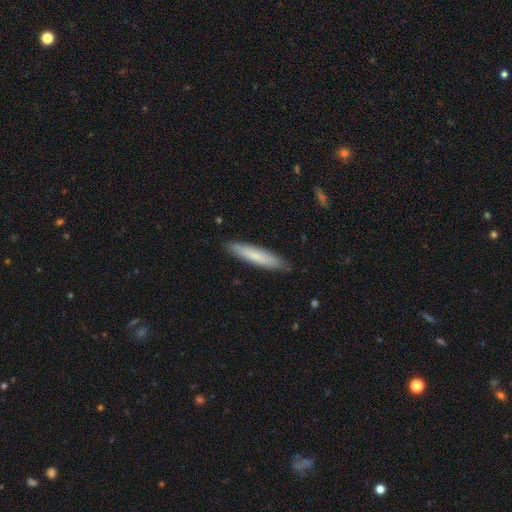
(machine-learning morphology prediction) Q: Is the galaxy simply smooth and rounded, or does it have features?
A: smooth — 74%.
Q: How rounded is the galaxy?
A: cigar-shaped — 88%.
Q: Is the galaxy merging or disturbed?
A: none — 87%.